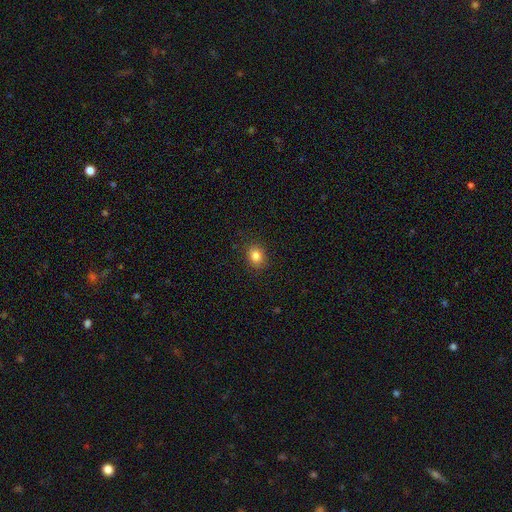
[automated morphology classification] smooth-or-featured: smooth: 83% | star or artifact: 11% | featured or disk: 6%
  how-rounded: round: 67% | in between: 32% | cigar-shaped: 1%
  merging: none: 88% | minor disturbance: 8% | major disturbance: 2% | merger: 1%